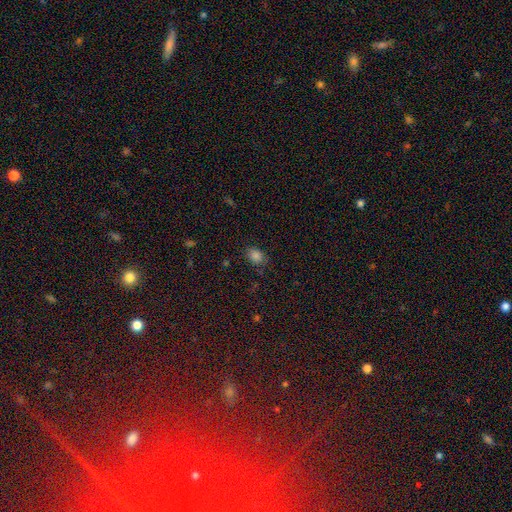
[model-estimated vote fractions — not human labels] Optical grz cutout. It shows a smooth galaxy with no disk features (82%) that is in between round and cigar-shaped (68%). Merging: none (81%).